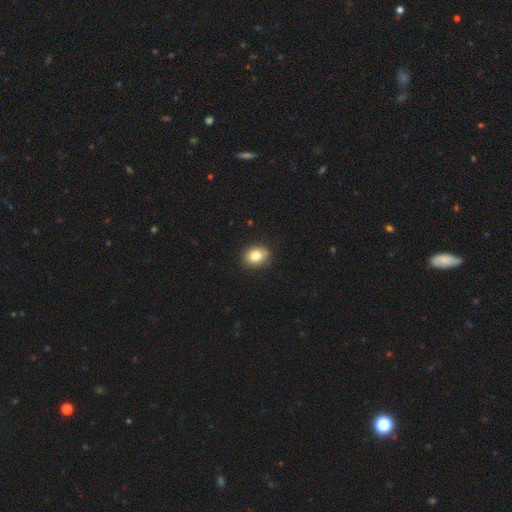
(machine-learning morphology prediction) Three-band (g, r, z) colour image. It shows a smooth galaxy with no disk features (81%) that is round (53%). Merging: none (83%).